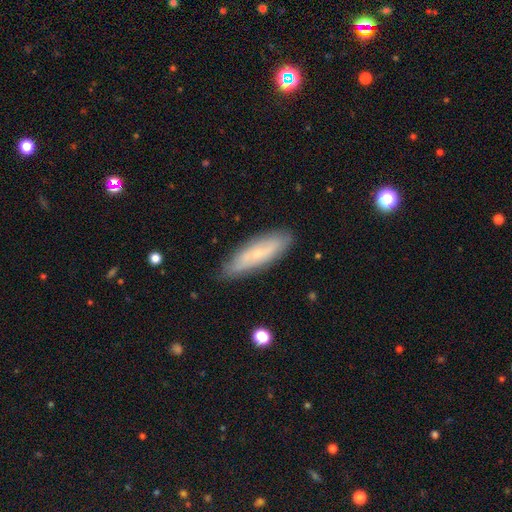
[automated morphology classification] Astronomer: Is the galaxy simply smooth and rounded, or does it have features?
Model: smooth — 53% (runner-up: featured or disk, 38%).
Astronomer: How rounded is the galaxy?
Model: cigar-shaped — 63%.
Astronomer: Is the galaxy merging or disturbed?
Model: none — 85%.